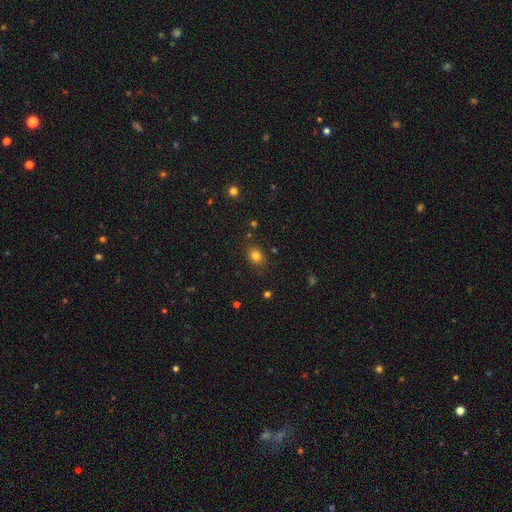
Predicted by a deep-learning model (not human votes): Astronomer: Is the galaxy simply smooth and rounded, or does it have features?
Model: smooth — 80%.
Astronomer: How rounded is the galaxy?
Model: round — 50% (runner-up: in between, 49%).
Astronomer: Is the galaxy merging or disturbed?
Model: none — 82%.